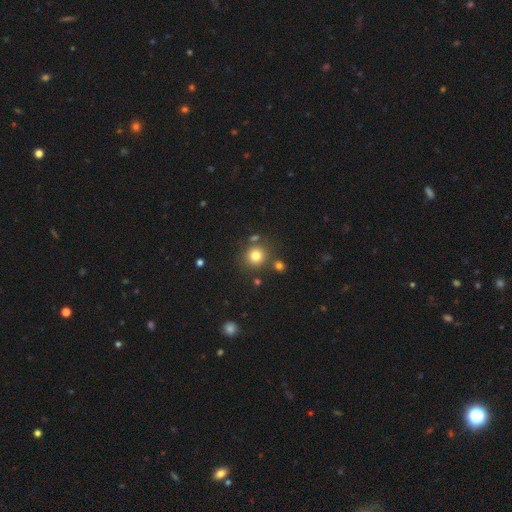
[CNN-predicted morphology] Smooth or featured?
  - smooth: 79% *
  - star or artifact: 13%
  - featured or disk: 7%
How rounded?
  - round: 90% *
  - in between: 9%
  - cigar-shaped: 1%
Merging?
  - none: 78% *
  - minor disturbance: 9%
  - merger: 9%
  - major disturbance: 3%